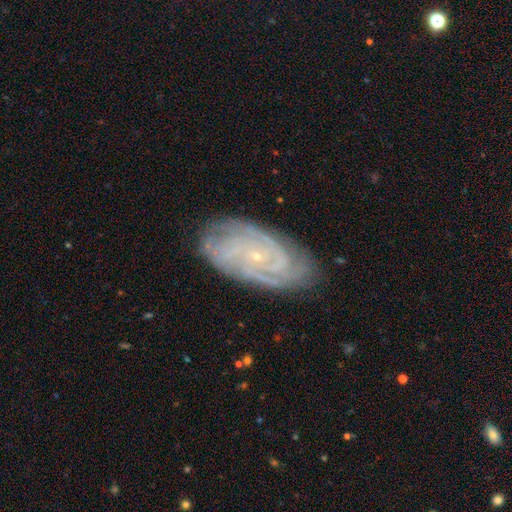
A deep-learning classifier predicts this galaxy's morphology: Smooth or featured: featured or disk — 85% (smooth — 8%)
Edge-on disk: no — 95% (yes — 5%)
Bar: no — 73% (weak — 21%)
Spiral arms: yes — 97% (no — 3%)
Spiral winding: tight — 72% (medium — 23%)
Spiral arm count: can't tell — 25% (4 — 22%)
Bulge size: small — 88% (moderate — 8%)
Merging: none — 81% (minor disturbance — 15%)